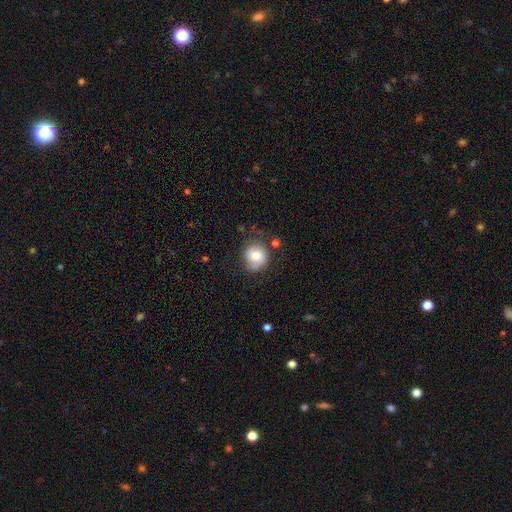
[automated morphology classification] type=smooth (70%); roundness=round (80%); merging=none (63%).